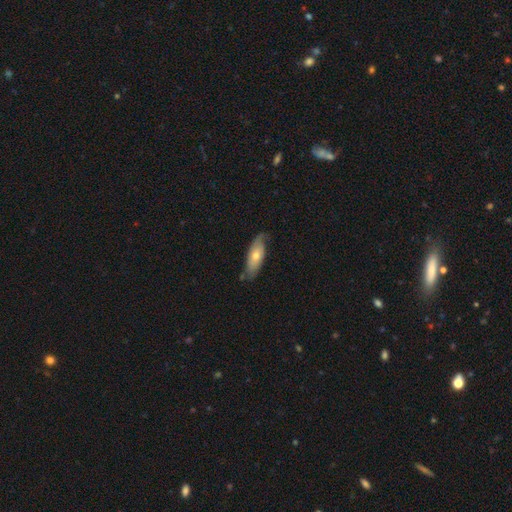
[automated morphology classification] smooth_or_featured: featured or disk (p=0.47) [tied with: smooth p=0.47]
merging: none (p=0.68) [alt: minor disturbance p=0.24]